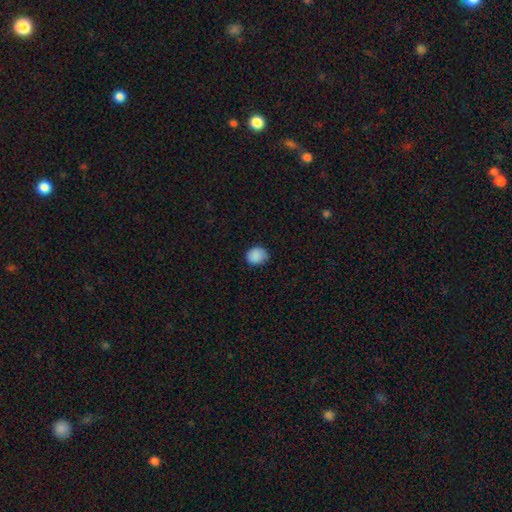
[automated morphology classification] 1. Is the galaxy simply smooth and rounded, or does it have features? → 88% smooth, 9% star or artifact, 3% featured or disk.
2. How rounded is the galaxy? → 66% round, 34% in between, 1% cigar-shaped.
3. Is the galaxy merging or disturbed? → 78% none, 18% minor disturbance, 3% major disturbance, 1% merger.